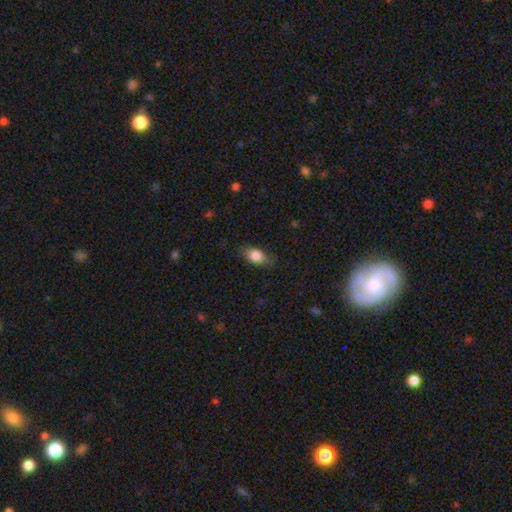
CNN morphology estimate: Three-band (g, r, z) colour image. It shows a smooth galaxy with no disk features (80%) that is in between round and cigar-shaped (82%). Merging: none (78%).